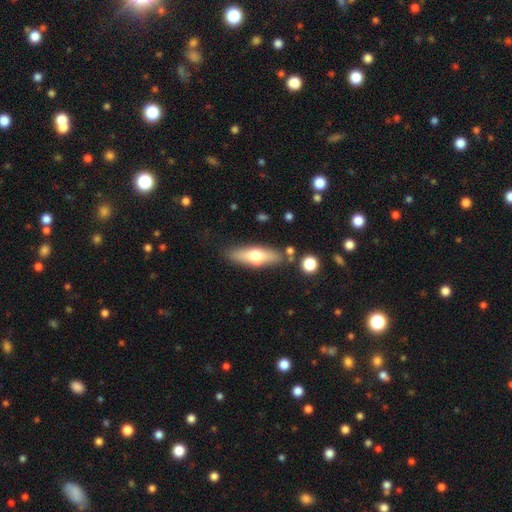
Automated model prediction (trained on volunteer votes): Morphology: type=smooth (53%); roundness=cigar-shaped (55%); merging=none (81%).